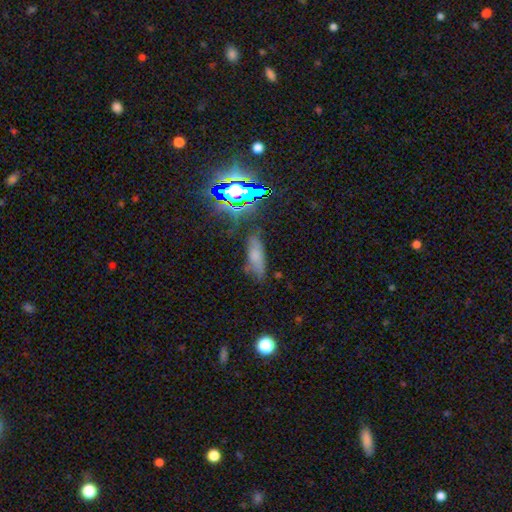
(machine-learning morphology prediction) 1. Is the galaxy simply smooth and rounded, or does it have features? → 62% smooth, 20% star or artifact, 18% featured or disk.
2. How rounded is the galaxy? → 52% in between, 43% cigar-shaped, 4% round.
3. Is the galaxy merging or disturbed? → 67% none, 21% minor disturbance, 7% major disturbance, 4% merger.